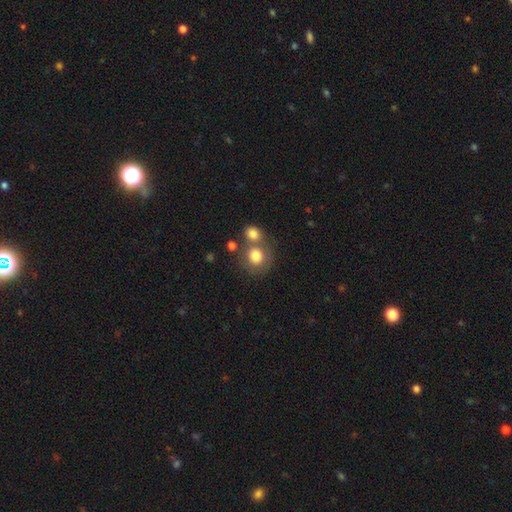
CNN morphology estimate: This appears to be a smooth galaxy with no disk features (78%) that is round (78%). Merging: none (48%).